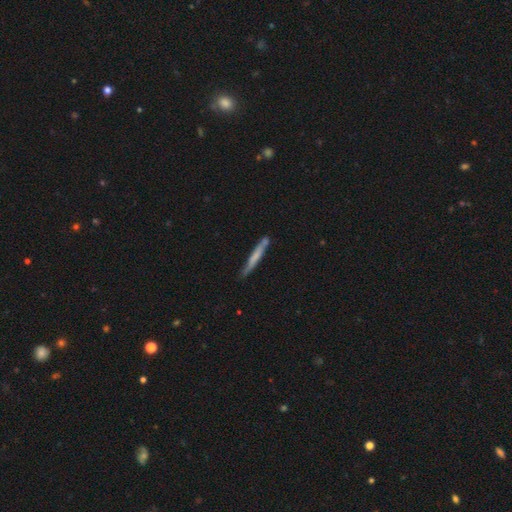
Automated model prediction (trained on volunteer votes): Smooth or featured: smooth — 56% (featured or disk — 38%)
How rounded: cigar-shaped — 96% (in between — 3%)
Merging: none — 76% (minor disturbance — 16%)